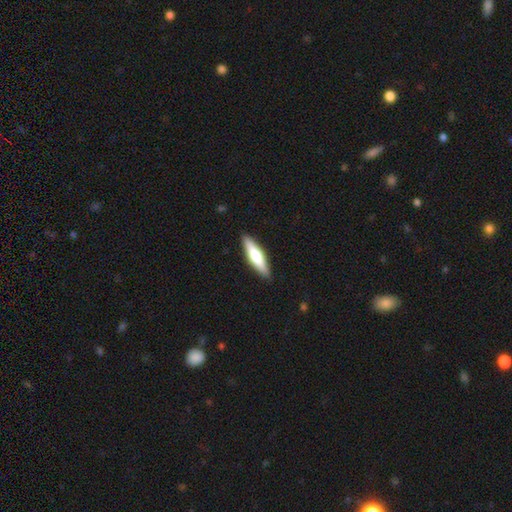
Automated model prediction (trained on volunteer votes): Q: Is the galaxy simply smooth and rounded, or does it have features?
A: smooth — 52%.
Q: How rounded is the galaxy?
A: cigar-shaped — 74%.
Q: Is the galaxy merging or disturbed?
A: none — 90%.